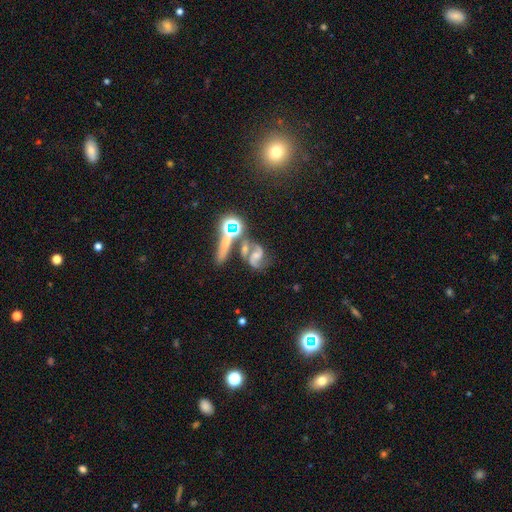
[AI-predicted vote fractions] Smooth or featured?
  - featured or disk: 66% *
  - star or artifact: 17%
  - smooth: 16%
Edge-on disk?
  - no: 94% *
  - yes: 6%
Bar?
  - no: 44% *
  - weak: 36%
  - strong: 20%
Spiral arms?
  - yes: 92% *
  - no: 8%
Spiral winding?
  - medium: 49% *
  - loose: 36%
  - tight: 15%
Spiral arm count?
  - 2: 89% *
  - can't tell: 4%
  - 1: 3%
  - 3: 1%
  - 4: 1%
  - more than 4: 1%
Bulge size?
  - moderate: 42% *
  - small: 39%
  - none: 11%
  - large: 6%
  - dominant: 2%
Merging?
  - none: 42% *
  - merger: 30%
  - minor disturbance: 15%
  - major disturbance: 12%